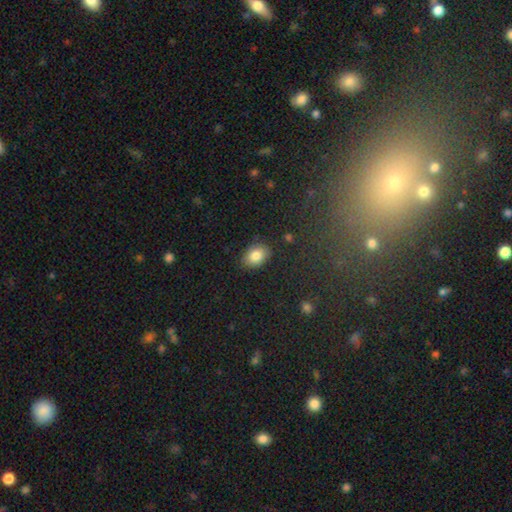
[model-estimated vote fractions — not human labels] Smooth or featured? Predicted: smooth (p=0.83). How rounded? Predicted: in between (p=0.76). Merging? Predicted: none (p=0.84).